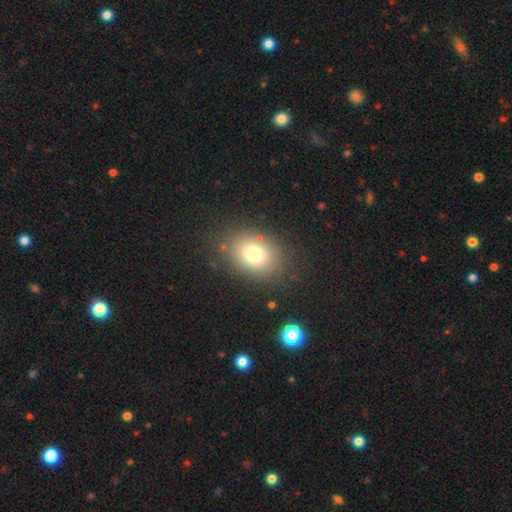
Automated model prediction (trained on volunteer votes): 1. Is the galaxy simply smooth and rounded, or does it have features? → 74% smooth, 13% star or artifact, 13% featured or disk.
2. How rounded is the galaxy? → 63% in between, 36% round, 1% cigar-shaped.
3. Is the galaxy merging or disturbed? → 83% none, 10% minor disturbance, 4% major disturbance, 3% merger.